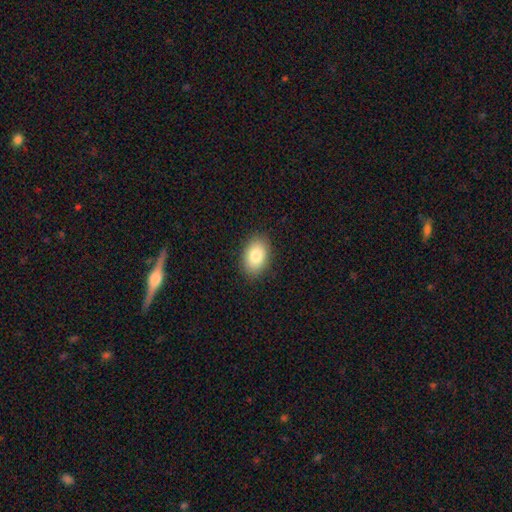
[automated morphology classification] This appears to be a smooth galaxy with no disk features (84%) that is in between round and cigar-shaped (88%). Merging: none (89%).